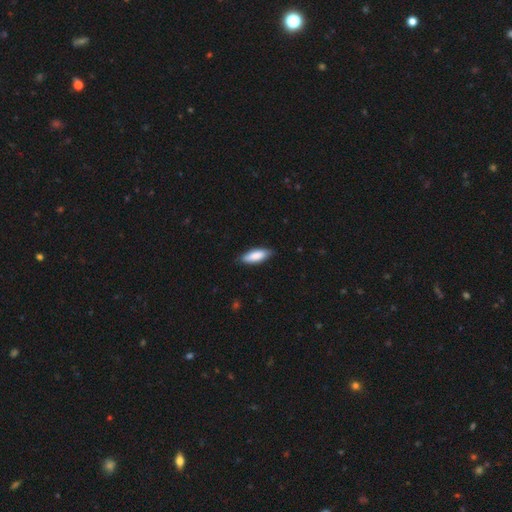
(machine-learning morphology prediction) smooth 85%, featured or disk 10%, star or artifact 5%. Down the decision tree: how rounded — in between (69%); merging — none (84%).